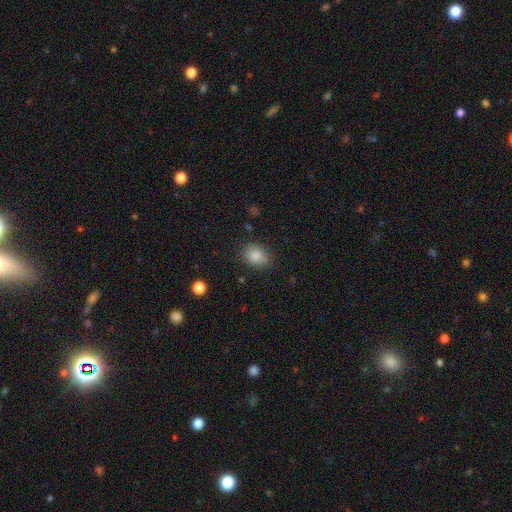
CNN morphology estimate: Smooth or featured?
  - smooth: 85% *
  - star or artifact: 9%
  - featured or disk: 6%
How rounded?
  - round: 52% *
  - in between: 47%
  - cigar-shaped: 1%
Merging?
  - none: 79% *
  - minor disturbance: 15%
  - major disturbance: 4%
  - merger: 2%